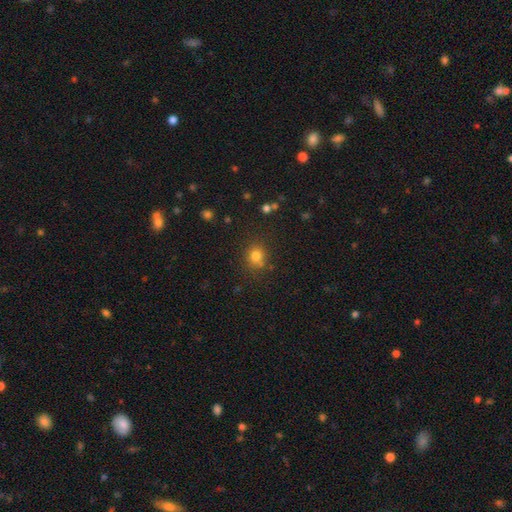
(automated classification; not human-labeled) smooth_or_featured: smooth (p=0.78) [alt: star or artifact p=0.15]
how_rounded: round (p=0.79) [alt: in between p=0.20]
merging: none (p=0.75) [alt: minor disturbance p=0.13]